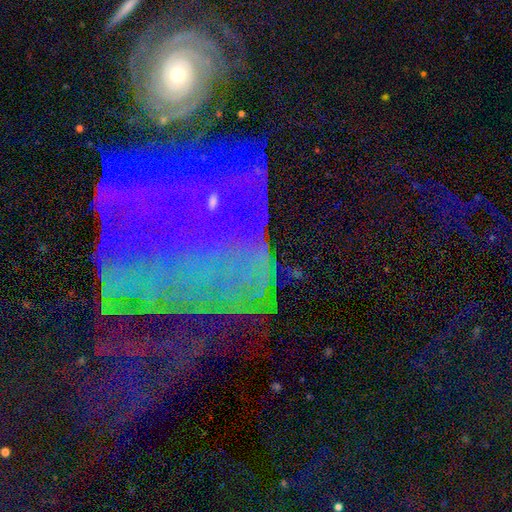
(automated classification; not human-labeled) Smooth or featured?
  - featured or disk: 49% *
  - star or artifact: 33%
  - smooth: 18%
Merging?
  - none: 45% *
  - major disturbance: 26%
  - merger: 16%
  - minor disturbance: 14%